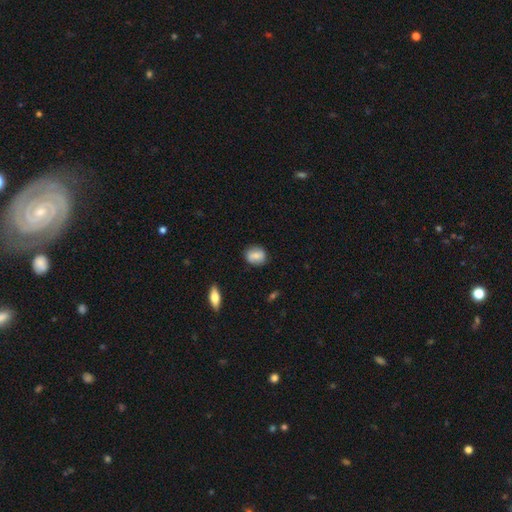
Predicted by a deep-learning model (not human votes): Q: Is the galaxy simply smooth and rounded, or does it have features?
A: smooth — 73%.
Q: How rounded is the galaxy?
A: round — 53%.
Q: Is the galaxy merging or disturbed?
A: none — 83%.